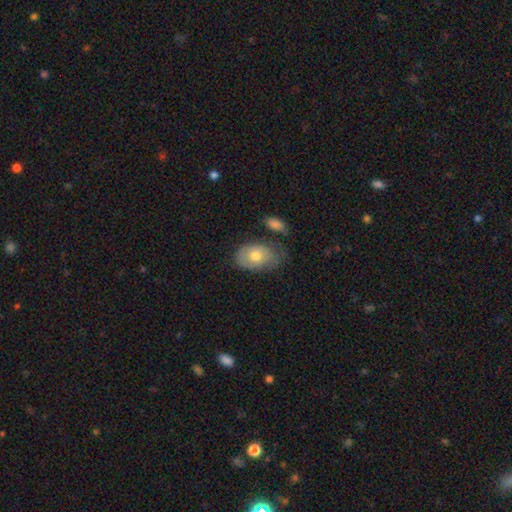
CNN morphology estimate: This is likely a smooth galaxy (64%). How rounded: clearly in between (85%). Merging: possibly none (49%).